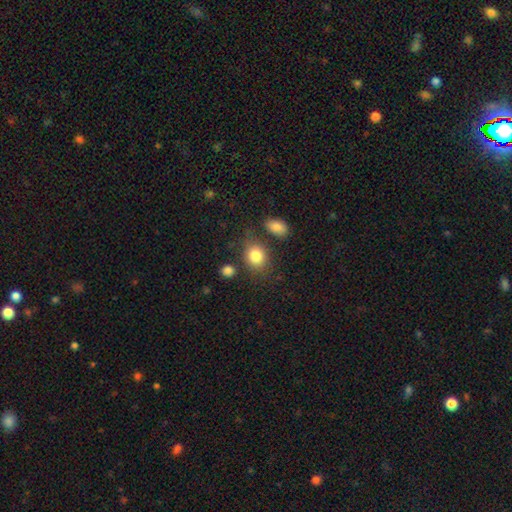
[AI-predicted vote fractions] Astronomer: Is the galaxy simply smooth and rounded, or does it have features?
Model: smooth — 84%.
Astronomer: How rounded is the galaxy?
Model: round — 52% (runner-up: in between, 47%).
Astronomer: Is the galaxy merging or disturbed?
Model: none — 72%.